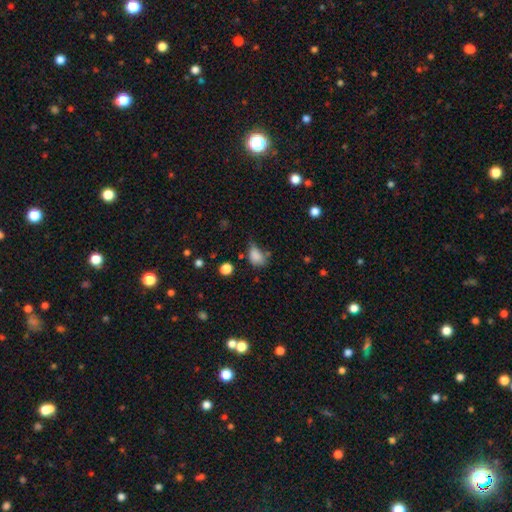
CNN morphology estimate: Smooth or featured? smooth (82%)
How rounded? in between (79%)
Merging? none (42%)